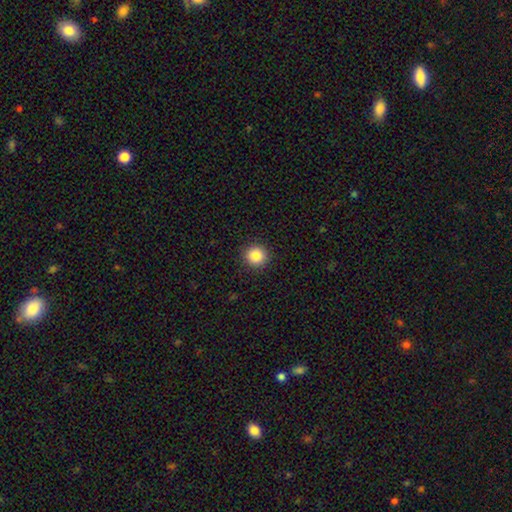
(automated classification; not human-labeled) smooth 86%, star or artifact 10%, featured or disk 4%. Down the decision tree: how rounded — round (94%); merging — none (92%).